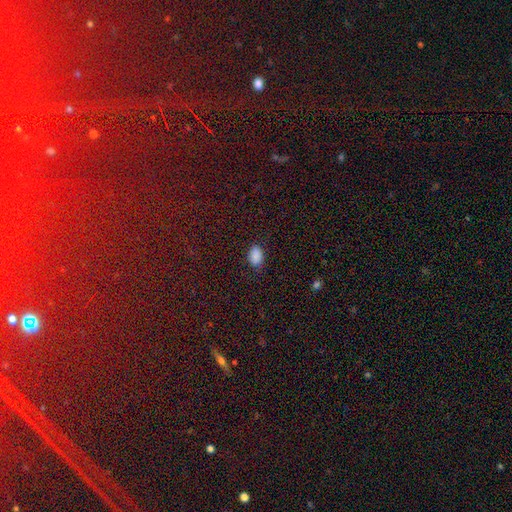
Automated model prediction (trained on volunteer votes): Smooth or featured? smooth (87%)
How rounded? in between (86%)
Merging? none (83%)